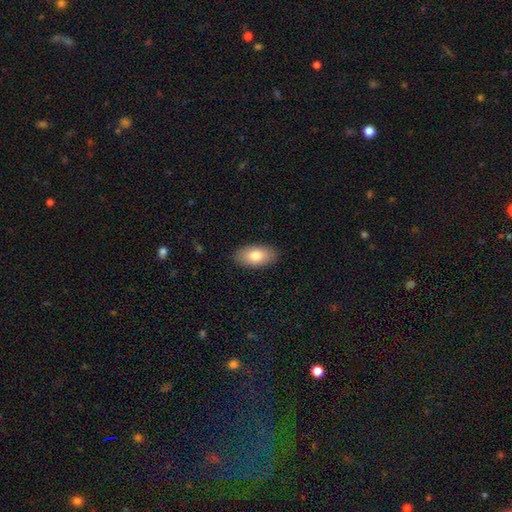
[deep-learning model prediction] smooth 80%, featured or disk 13%, star or artifact 6%. Down the decision tree: how rounded — in between (94%); merging — none (88%).